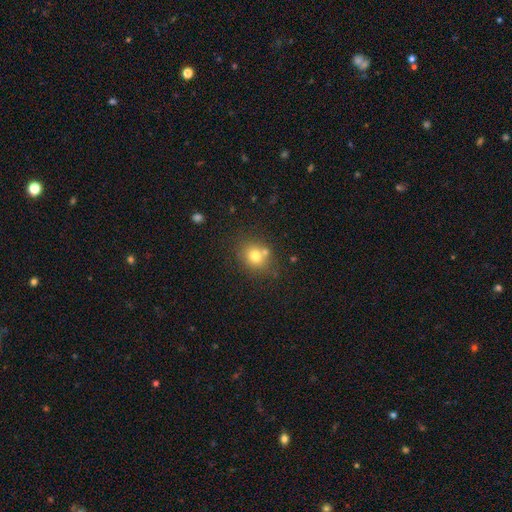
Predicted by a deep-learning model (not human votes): Smooth or featured? Predicted: smooth (p=0.74). How rounded? Predicted: round (p=0.69). Merging? Predicted: none (p=0.64).